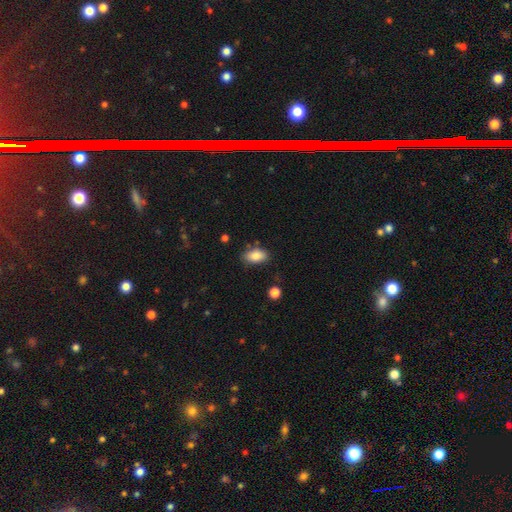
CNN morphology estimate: Q: Smooth or featured?
A: smooth (84%); runner-up: featured or disk (8%)
Q: How rounded?
A: in between (91%); runner-up: round (7%)
Q: Merging?
A: none (77%); runner-up: minor disturbance (17%)